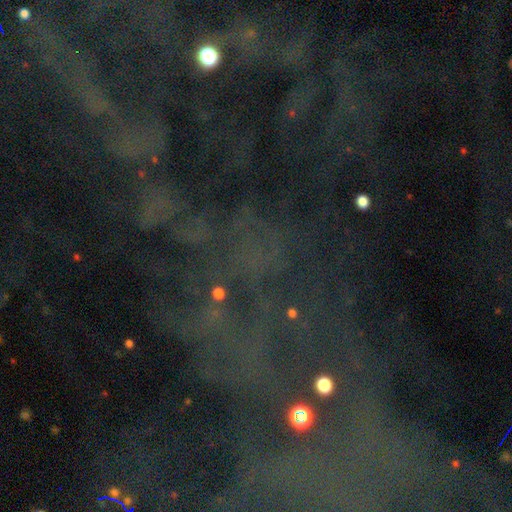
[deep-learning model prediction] Smooth or featured? Predicted: star or artifact (p=0.75).